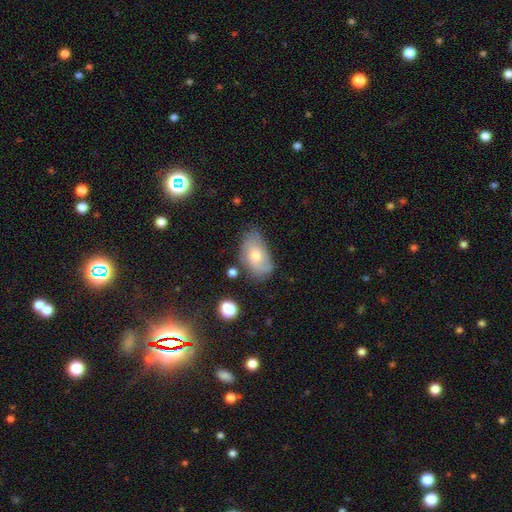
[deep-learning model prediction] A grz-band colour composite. It shows a smooth galaxy with no disk features (51%) that is in between round and cigar-shaped (91%). Merging: none (62%).